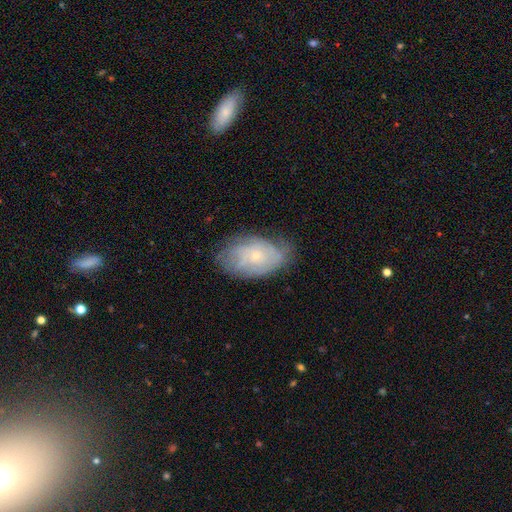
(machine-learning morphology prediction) featured or disk 53%, smooth 39%, star or artifact 8%. Down the decision tree: edge-on disk — no (94%); merging — none (64%).